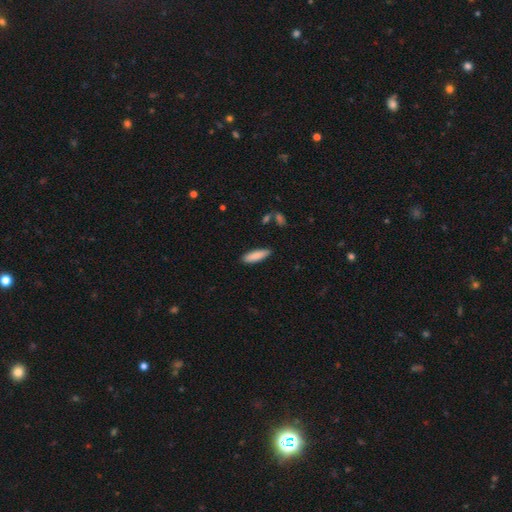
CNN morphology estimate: smooth-or-featured: smooth: 85% | featured or disk: 9% | star or artifact: 6%
  how-rounded: cigar-shaped: 53% | in between: 46% | round: 2%
  merging: none: 87% | minor disturbance: 10% | major disturbance: 2% | merger: 2%